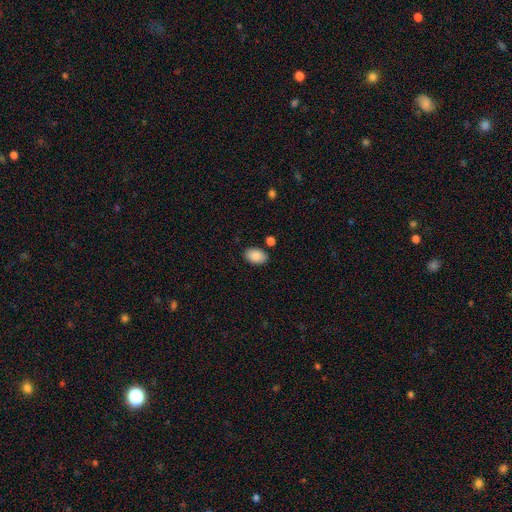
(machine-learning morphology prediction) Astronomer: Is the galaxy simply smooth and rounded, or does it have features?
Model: smooth — 88%.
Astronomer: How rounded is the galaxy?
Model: in between — 89%.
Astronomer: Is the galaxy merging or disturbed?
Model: none — 84%.